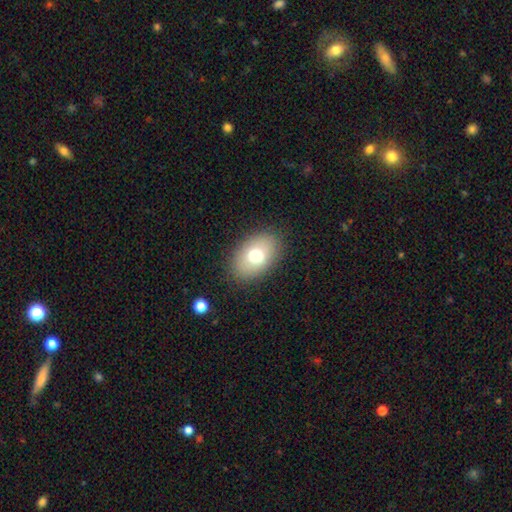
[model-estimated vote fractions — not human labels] smooth_or_featured: smooth (p=0.72) [alt: featured or disk p=0.18]
how_rounded: in between (p=0.85) [alt: round p=0.14]
merging: none (p=0.85) [alt: minor disturbance p=0.10]